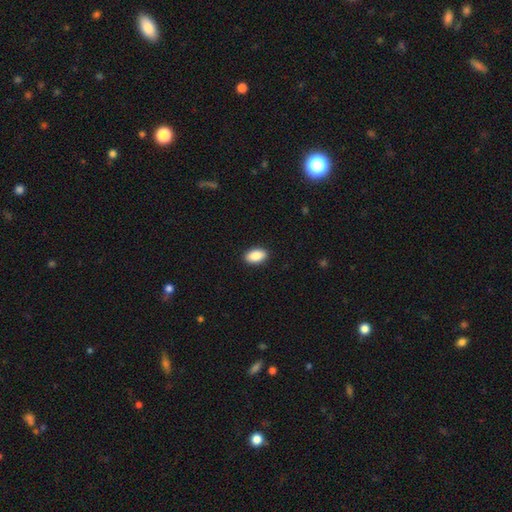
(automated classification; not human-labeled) This appears to be a smooth galaxy with no disk features (88%) that is in between round and cigar-shaped (93%). Merging: none (91%).